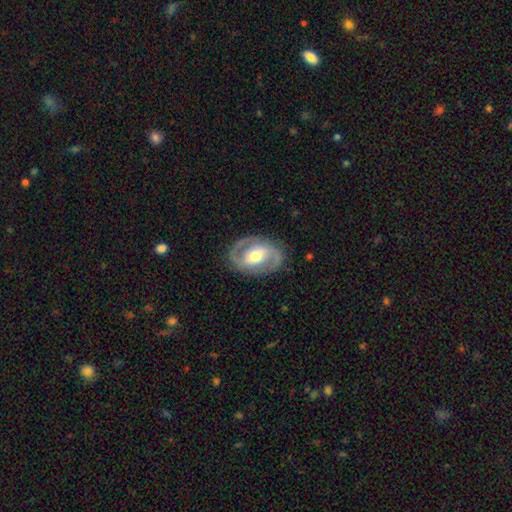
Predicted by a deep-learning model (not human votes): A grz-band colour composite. It shows a featured or disk galaxy (81%) with a weak bar (43%), 2 (89%) medium (52%) spiral arms (87%) and a moderate central bulge (67%). Merging: none (84%).